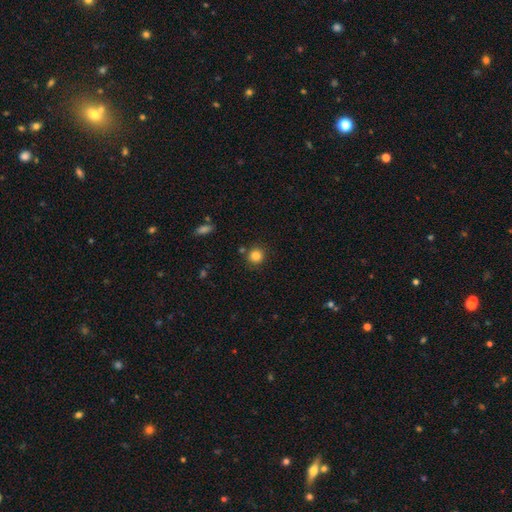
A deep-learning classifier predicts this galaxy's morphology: Overall: smooth (84%). How rounded: round (91%). Merging: none (82%).